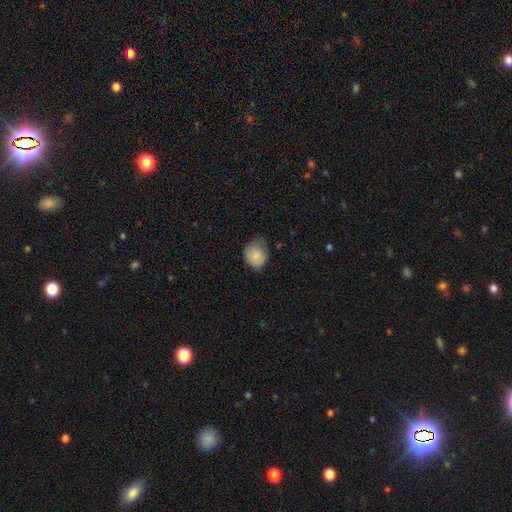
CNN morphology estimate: Overall: smooth (83%). How rounded: round (53%; in between 46%). Merging: none (44%; minor disturbance 42%).